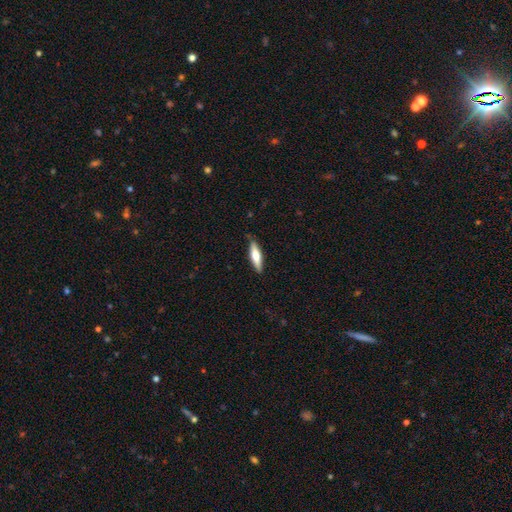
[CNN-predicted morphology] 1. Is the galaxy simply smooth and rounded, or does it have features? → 55% smooth, 40% featured or disk, 5% star or artifact.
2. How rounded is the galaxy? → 68% cigar-shaped, 30% in between, 2% round.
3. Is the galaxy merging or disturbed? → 86% none, 11% minor disturbance, 2% major disturbance, 1% merger.